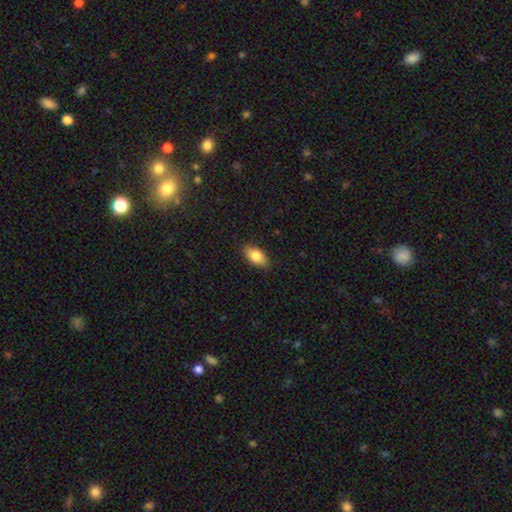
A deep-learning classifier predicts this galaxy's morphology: Smooth or featured?
  - smooth: 82% *
  - featured or disk: 11%
  - star or artifact: 7%
How rounded?
  - in between: 90% *
  - round: 5%
  - cigar-shaped: 4%
Merging?
  - none: 86% *
  - minor disturbance: 11%
  - major disturbance: 2%
  - merger: 1%